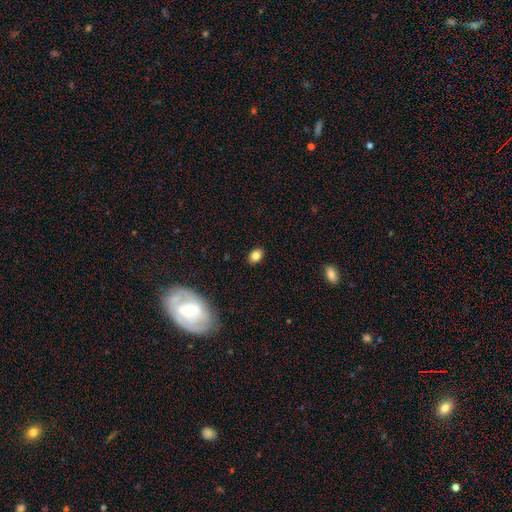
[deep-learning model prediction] smooth 82%, star or artifact 10%, featured or disk 8%. Down the decision tree: how rounded — in between (73%); merging — none (89%).